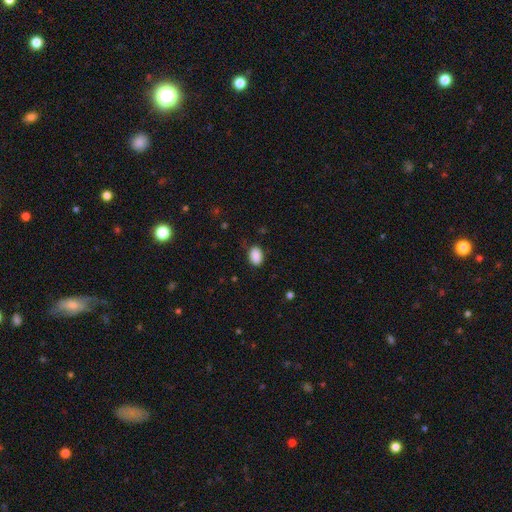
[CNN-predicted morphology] smooth-or-featured: smooth: 90% | star or artifact: 7% | featured or disk: 3%
  how-rounded: in between: 86% | round: 13% | cigar-shaped: 1%
  merging: none: 83% | minor disturbance: 13% | major disturbance: 3% | merger: 1%